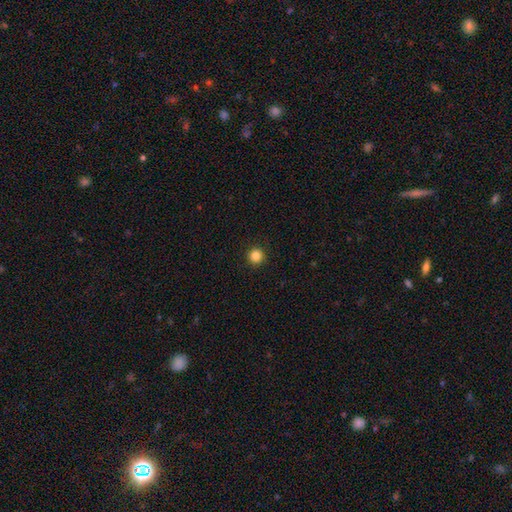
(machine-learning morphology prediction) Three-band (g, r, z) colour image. It shows a smooth galaxy with no disk features (84%) that is round (96%). Merging: none (93%).